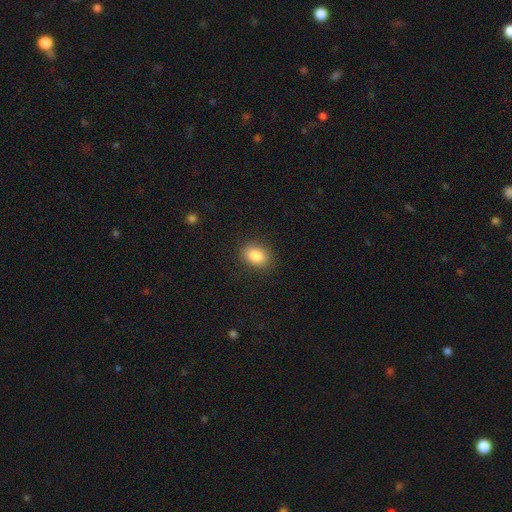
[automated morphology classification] A smooth galaxy with no disk features (86%) that is in between round and cigar-shaped (76%).

Vote fractions:
- Smooth or featured? smooth: 86% / star or artifact: 9% / featured or disk: 6%
- How rounded? in between: 76% / round: 22% / cigar-shaped: 1%
- Merging? none: 87% / minor disturbance: 9% / major disturbance: 3% / merger: 1%